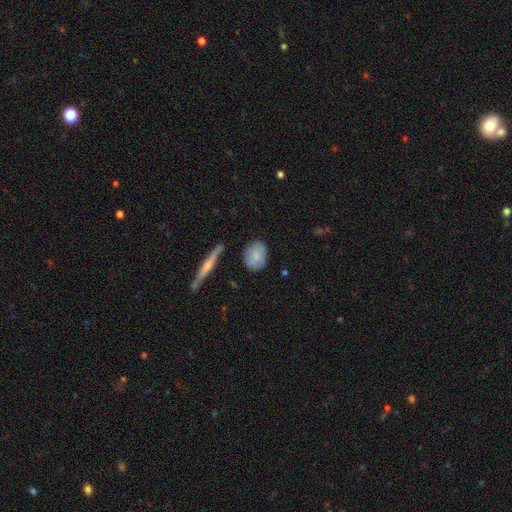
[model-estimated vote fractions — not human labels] Smooth or featured: smooth — 77% (featured or disk — 16%)
How rounded: in between — 59% (round — 38%)
Merging: none — 77% (minor disturbance — 17%)